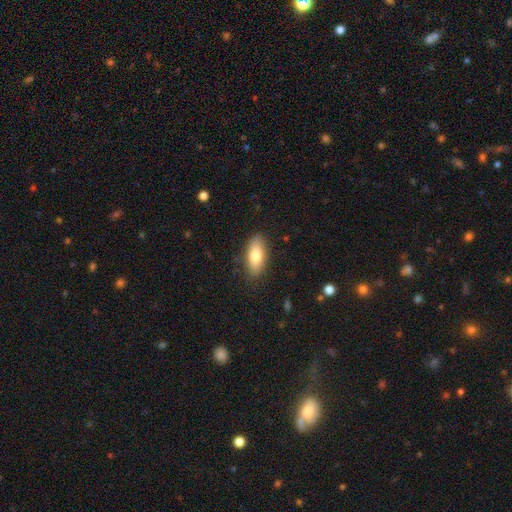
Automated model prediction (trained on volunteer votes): A smooth galaxy with no disk features (76%) that is in between round and cigar-shaped (77%). Merging: none (86%).